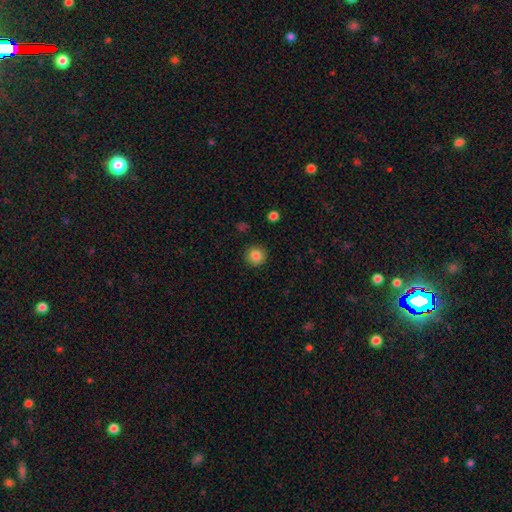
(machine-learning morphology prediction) Smooth or featured: smooth — 85% (star or artifact — 10%)
How rounded: round — 94% (in between — 5%)
Merging: none — 91% (minor disturbance — 6%)